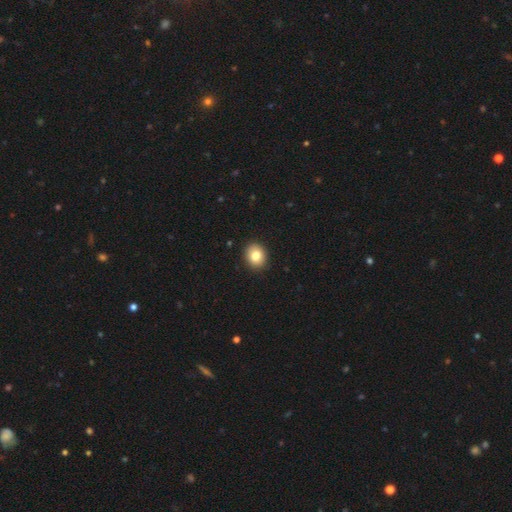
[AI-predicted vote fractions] Morphology: type=smooth (82%); roundness=round (67%); merging=none (91%).